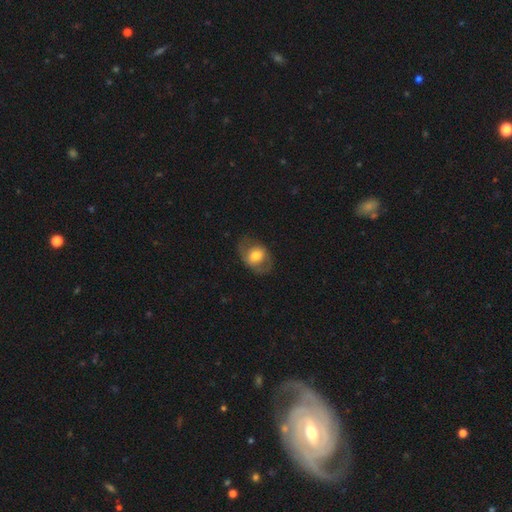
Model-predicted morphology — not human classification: smooth 55%, featured or disk 38%, star or artifact 7%. Down the decision tree: how rounded — in between (70%); merging — none (70%).